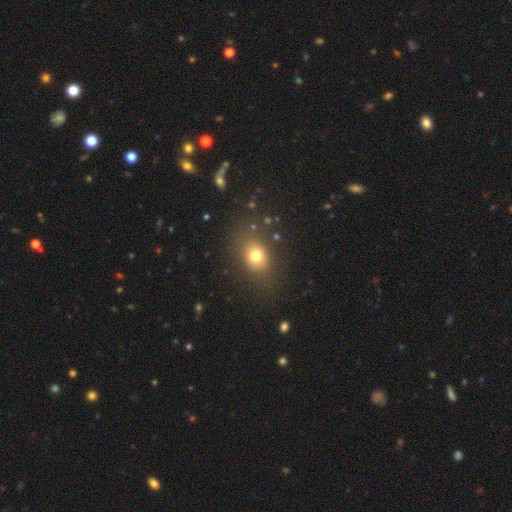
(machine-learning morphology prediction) This is likely a smooth galaxy (74%). How rounded: possibly in between (53%). Merging: likely none (80%).